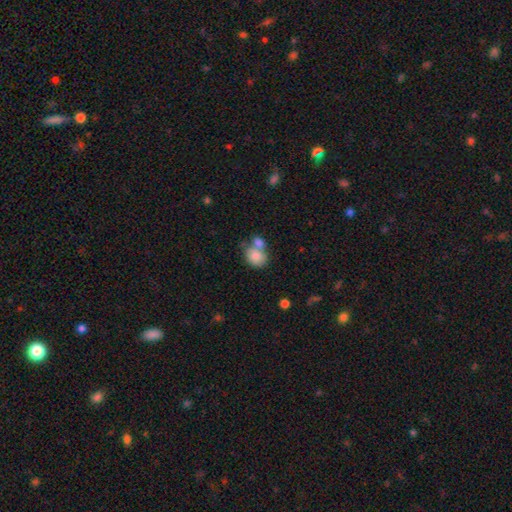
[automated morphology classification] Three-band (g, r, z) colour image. It shows a smooth galaxy with no disk features (81%) that is round (51%). Merging: merger (48%).